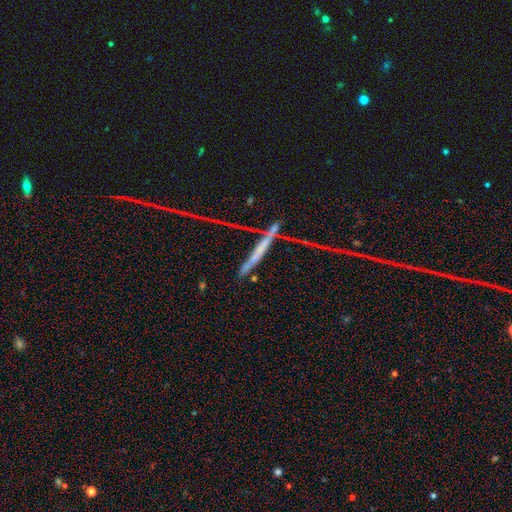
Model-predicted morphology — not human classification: This appears to be a featured or disk galaxy (57%) viewed edge-on (89%) with no central bulge (61%). Merging: none (64%).